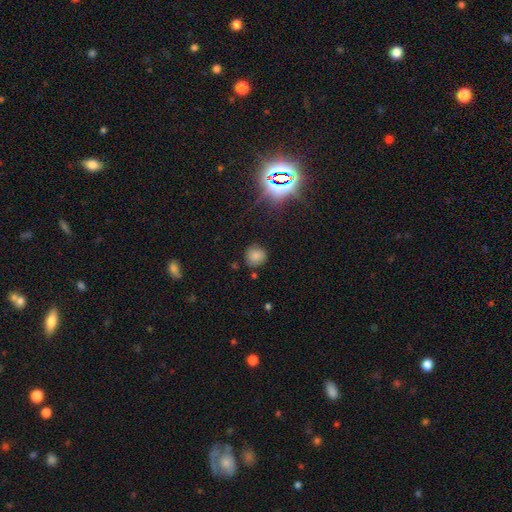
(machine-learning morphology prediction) Smooth or featured: smooth — 74% (star or artifact — 19%)
How rounded: round — 89% (in between — 10%)
Merging: none — 82% (minor disturbance — 12%)